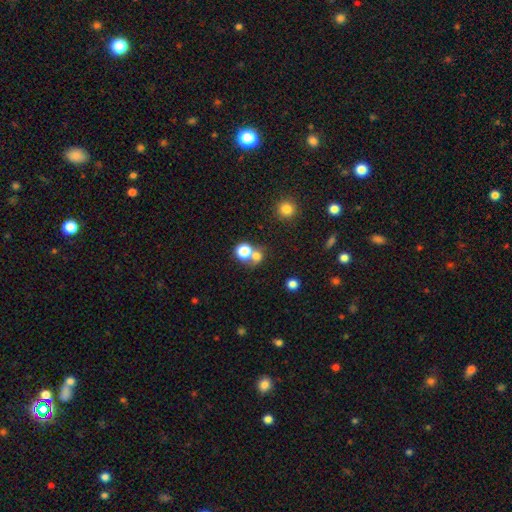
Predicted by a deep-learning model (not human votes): Morphology: type=smooth (72%); roundness=round (80%); merging=merger (46%).